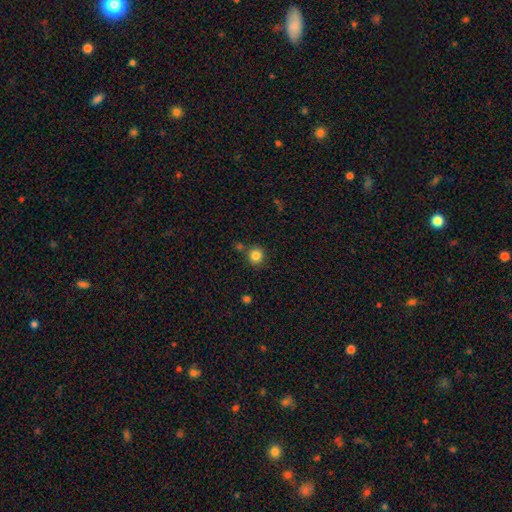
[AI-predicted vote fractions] smooth-or-featured: smooth: 84% | star or artifact: 11% | featured or disk: 5%
  how-rounded: round: 92% | in between: 7% | cigar-shaped: 1%
  merging: none: 78% | merger: 10% | minor disturbance: 9% | major disturbance: 3%